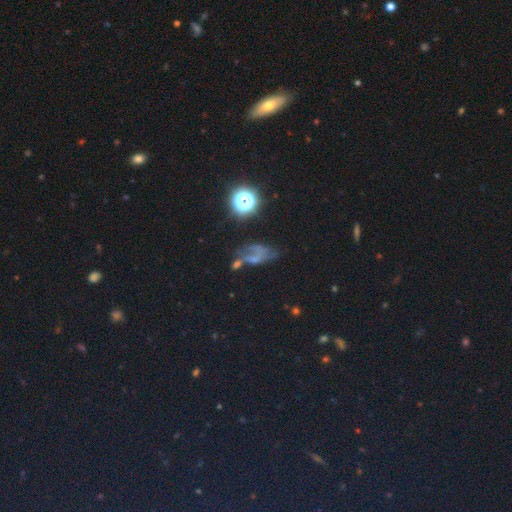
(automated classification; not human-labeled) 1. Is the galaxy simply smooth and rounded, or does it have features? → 37% star or artifact, 33% featured or disk, 30% smooth.